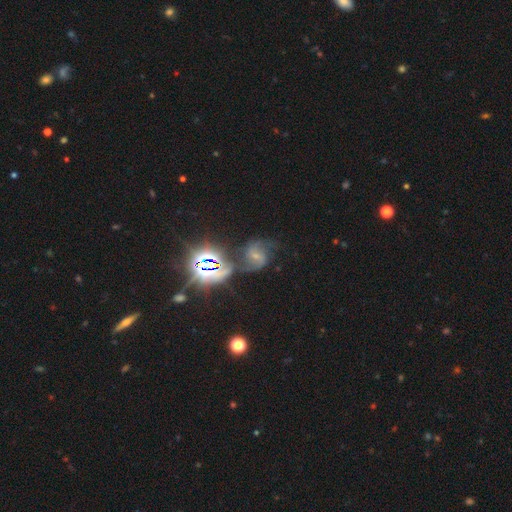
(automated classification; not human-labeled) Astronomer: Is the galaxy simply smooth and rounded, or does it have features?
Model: featured or disk — 57%.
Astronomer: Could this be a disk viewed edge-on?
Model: no — 97%.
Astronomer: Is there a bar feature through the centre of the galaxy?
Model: weak — 42% (runner-up: no, 34%).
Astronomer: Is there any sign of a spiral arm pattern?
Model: yes — 91%.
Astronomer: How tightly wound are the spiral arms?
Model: medium — 47% (runner-up: loose, 37%).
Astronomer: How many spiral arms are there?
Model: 2 — 83%.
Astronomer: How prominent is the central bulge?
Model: small — 60%.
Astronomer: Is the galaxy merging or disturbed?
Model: none — 56%.